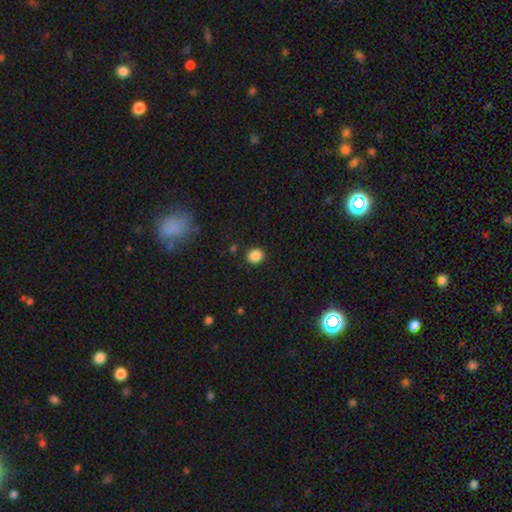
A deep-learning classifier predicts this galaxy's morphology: Smooth or featured?
  - smooth: 87% *
  - star or artifact: 10%
  - featured or disk: 3%
How rounded?
  - round: 82% *
  - in between: 17%
  - cigar-shaped: 1%
Merging?
  - none: 89% *
  - minor disturbance: 7%
  - major disturbance: 2%
  - merger: 2%